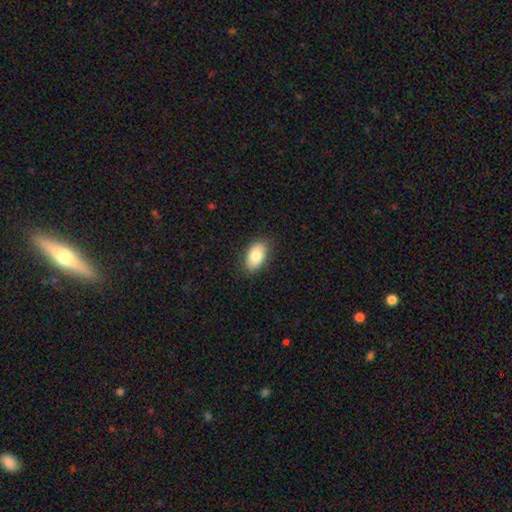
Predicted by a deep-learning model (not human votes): Morphology: type=smooth (82%); roundness=in between (93%); merging=none (87%).